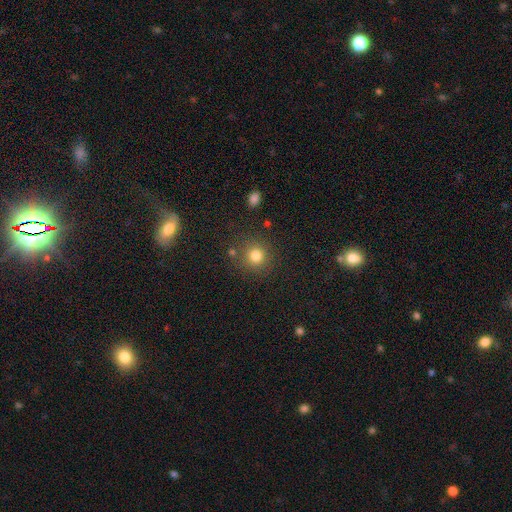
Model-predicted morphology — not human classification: smooth-or-featured: smooth: 80% | star or artifact: 14% | featured or disk: 6%
  how-rounded: round: 92% | in between: 7% | cigar-shaped: 1%
  merging: none: 83% | minor disturbance: 9% | merger: 5% | major disturbance: 4%